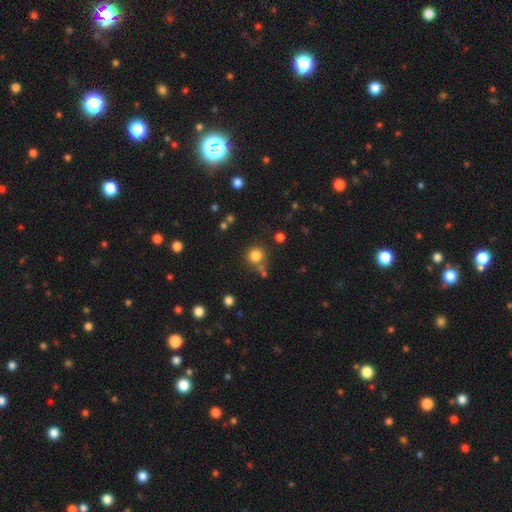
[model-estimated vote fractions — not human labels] smooth 81%, star or artifact 14%, featured or disk 6%. Down the decision tree: how rounded — round (90%); merging — none (72%).